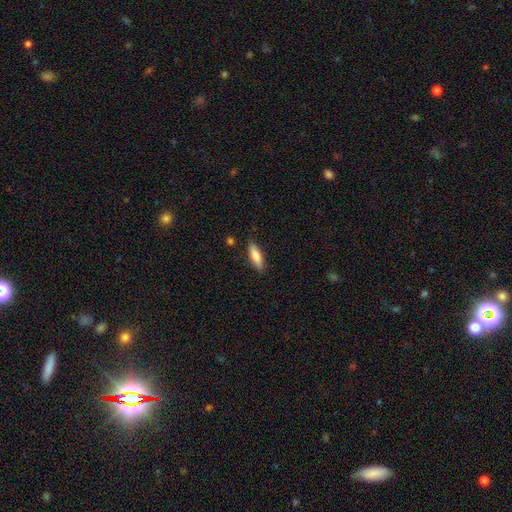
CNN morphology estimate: Q: Smooth or featured?
A: smooth (83%); runner-up: featured or disk (11%)
Q: How rounded?
A: in between (53%); runner-up: cigar-shaped (45%)
Q: Merging?
A: none (84%); runner-up: minor disturbance (12%)